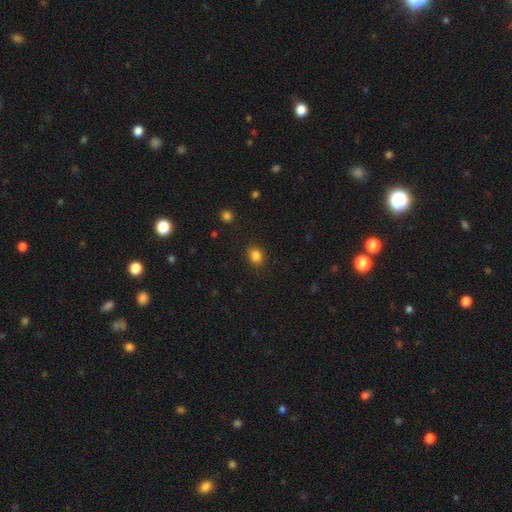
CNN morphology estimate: Smooth or featured: smooth — 85% (star or artifact — 11%)
How rounded: in between — 53% (round — 46%)
Merging: none — 87% (minor disturbance — 9%)